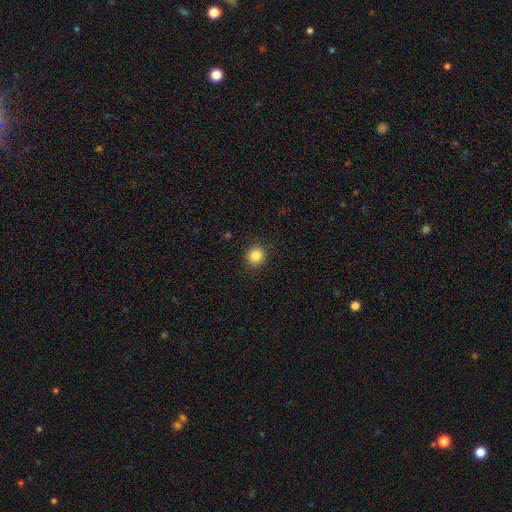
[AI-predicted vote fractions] smooth 85%, star or artifact 10%, featured or disk 5%. Down the decision tree: how rounded — round (86%); merging — none (90%).